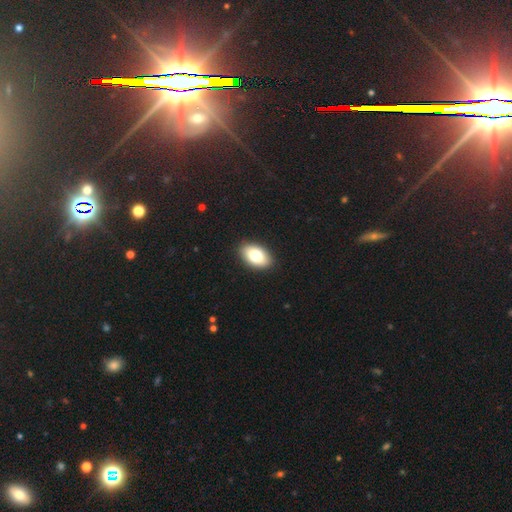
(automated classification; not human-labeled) A smooth galaxy with no disk features (80%) that is in between round and cigar-shaped (93%).

Vote fractions:
- Smooth or featured? smooth: 80% / featured or disk: 13% / star or artifact: 7%
- How rounded? in between: 93% / round: 6% / cigar-shaped: 1%
- Merging? none: 91% / minor disturbance: 7% / major disturbance: 2% / merger: 1%